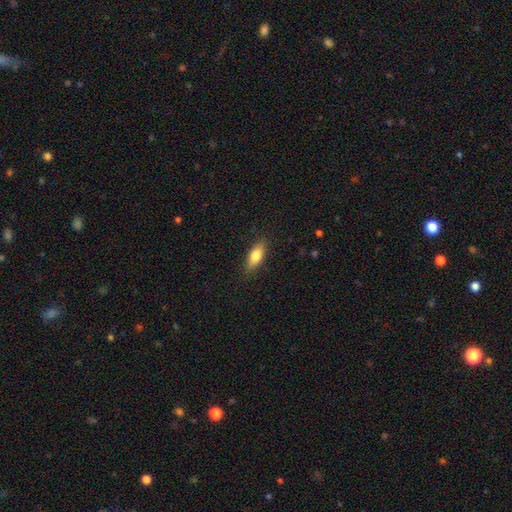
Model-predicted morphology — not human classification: smooth 76%, featured or disk 17%, star or artifact 7%. Down the decision tree: how rounded — in between (72%); merging — none (85%).